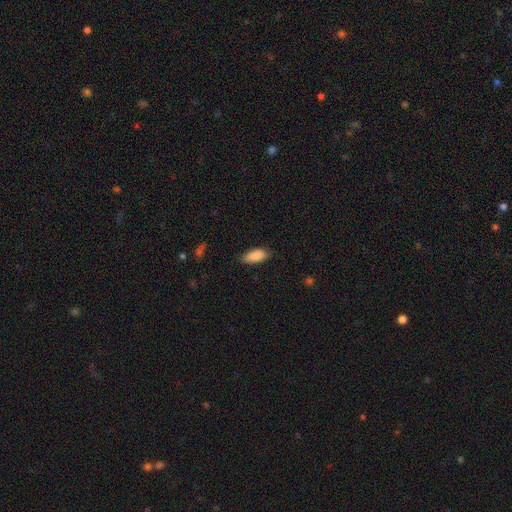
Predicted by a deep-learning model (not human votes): Q: Smooth or featured?
A: smooth (88%); runner-up: star or artifact (6%)
Q: How rounded?
A: in between (86%); runner-up: cigar-shaped (12%)
Q: Merging?
A: none (77%); runner-up: minor disturbance (18%)